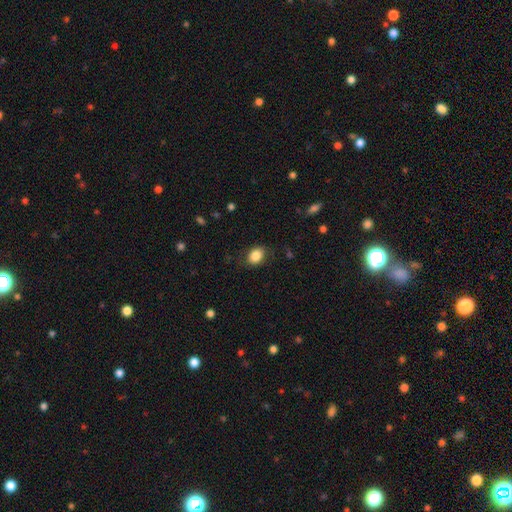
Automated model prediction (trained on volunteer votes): Smooth or featured? Predicted: smooth (p=0.85). How rounded? Predicted: in between (p=0.70). Merging? Predicted: none (p=0.79).